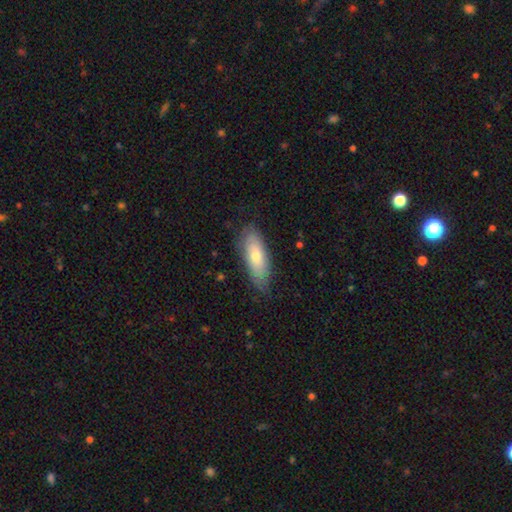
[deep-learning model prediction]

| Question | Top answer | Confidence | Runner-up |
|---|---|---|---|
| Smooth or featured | smooth | 66% | featured or disk (28%) |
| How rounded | in between | 70% | cigar-shaped (28%) |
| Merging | none | 77% | minor disturbance (18%) |